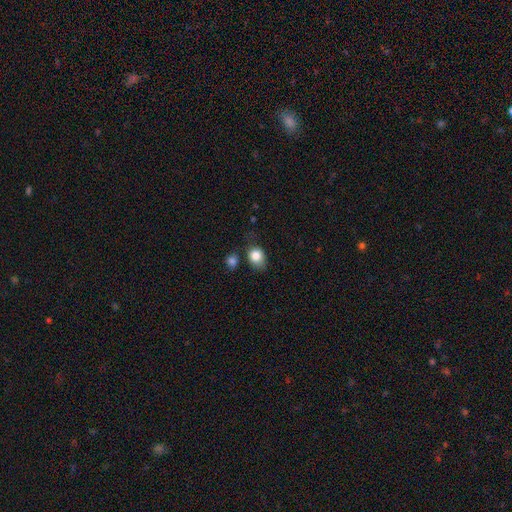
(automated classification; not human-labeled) Q: Smooth or featured?
A: smooth (83%); runner-up: star or artifact (9%)
Q: How rounded?
A: in between (53%); runner-up: round (46%)
Q: Merging?
A: none (58%); runner-up: minor disturbance (25%)